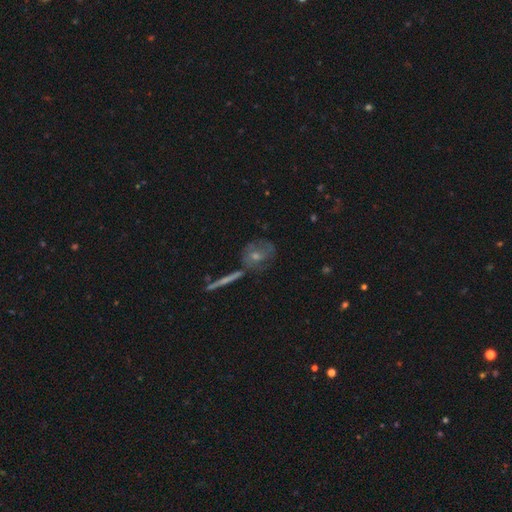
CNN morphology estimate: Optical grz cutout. It shows a featured or disk galaxy (58%). Merging: none (66%).